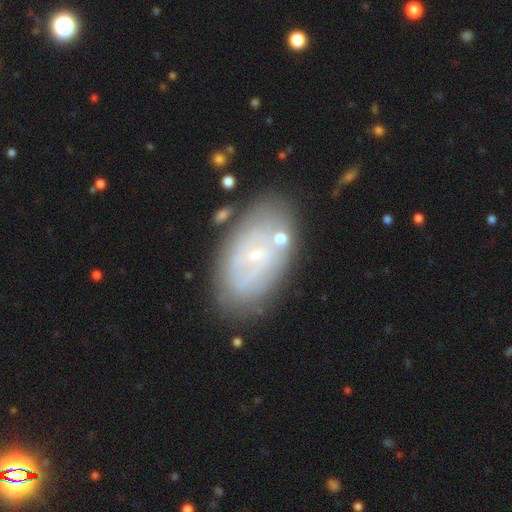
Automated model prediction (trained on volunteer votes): Smooth or featured?
  - featured or disk: 63% *
  - smooth: 28%
  - star or artifact: 8%
Edge-on disk?
  - no: 94% *
  - yes: 6%
Bar?
  - no: 55% *
  - weak: 36%
  - strong: 9%
Spiral arms?
  - yes: 58% *
  - no: 42%
Bulge size?
  - small: 77% *
  - moderate: 13%
  - none: 7%
  - large: 1%
  - dominant: 1%
Merging?
  - none: 72% *
  - minor disturbance: 17%
  - major disturbance: 6%
  - merger: 5%